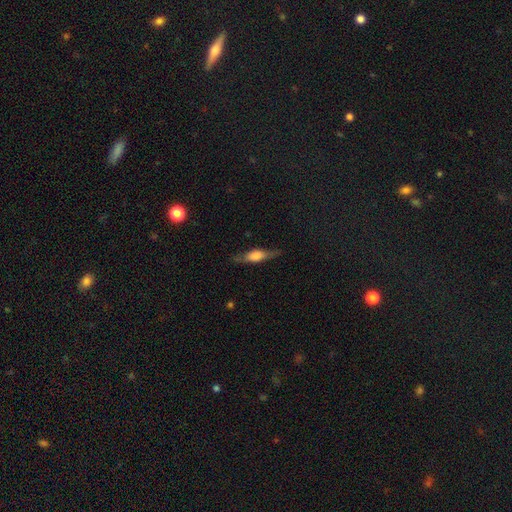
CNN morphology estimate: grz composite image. It shows a featured or disk galaxy (50%) viewed edge-on (89%). Merging: none (77%).